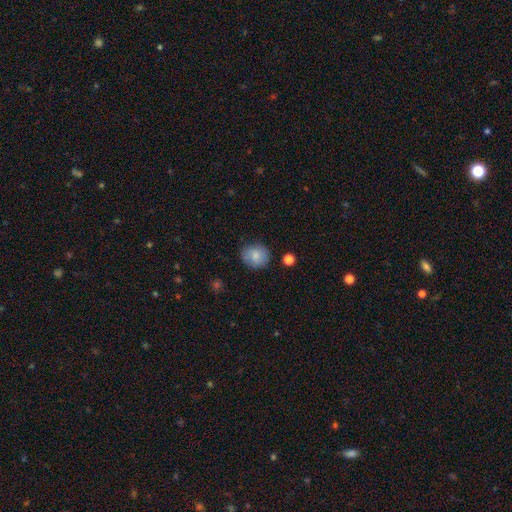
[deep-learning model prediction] Smooth or featured? Predicted: smooth (p=0.82). How rounded? Predicted: round (p=0.76). Merging? Predicted: none (p=0.80).